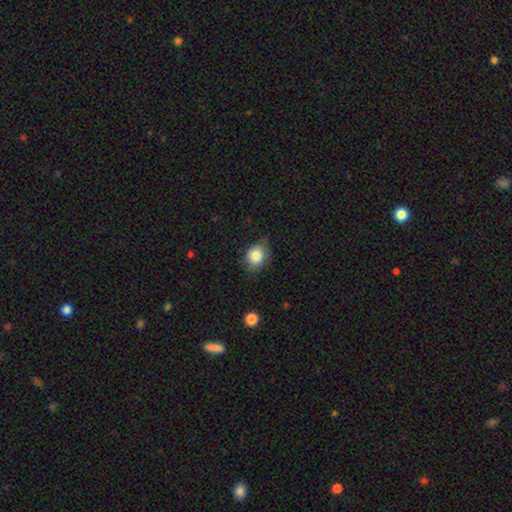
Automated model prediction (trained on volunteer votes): The model was most divided on "how rounded": round: 64%, in between: 35%, cigar-shaped: 1%. More confident: smooth or featured — smooth (81%); merging — none (65%).